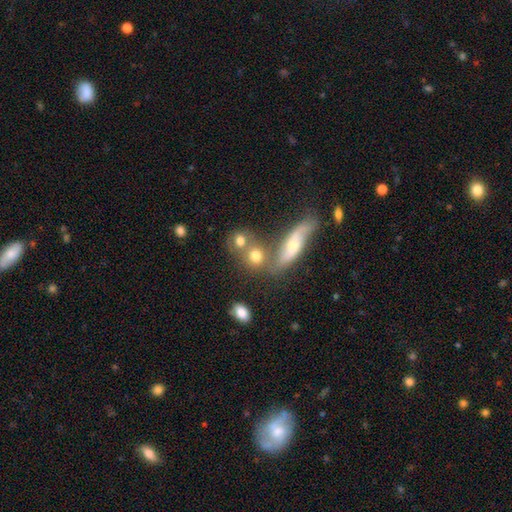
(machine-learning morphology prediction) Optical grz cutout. It shows a smooth galaxy with no disk features (69%) that is round (63%). Merging: merger (42%, tied with none).